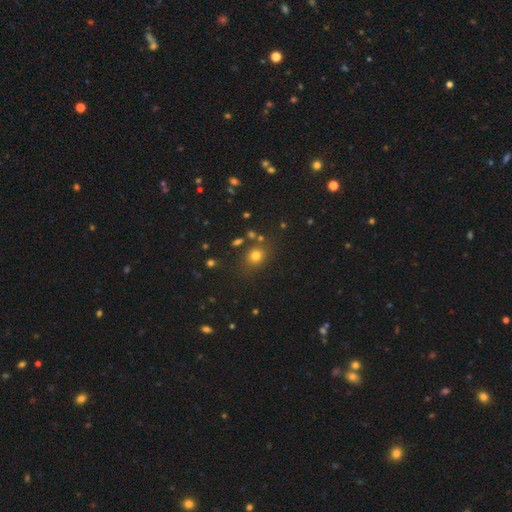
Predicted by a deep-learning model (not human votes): Smooth or featured? Predicted: smooth (p=0.75). How rounded? Predicted: round (p=0.67). Merging? Predicted: none (p=0.77).